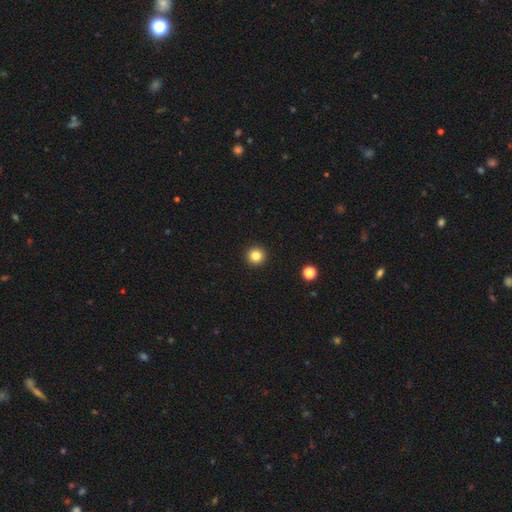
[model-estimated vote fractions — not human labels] This appears to be a smooth galaxy with no disk features (83%) that is round (96%). Merging: none (94%).